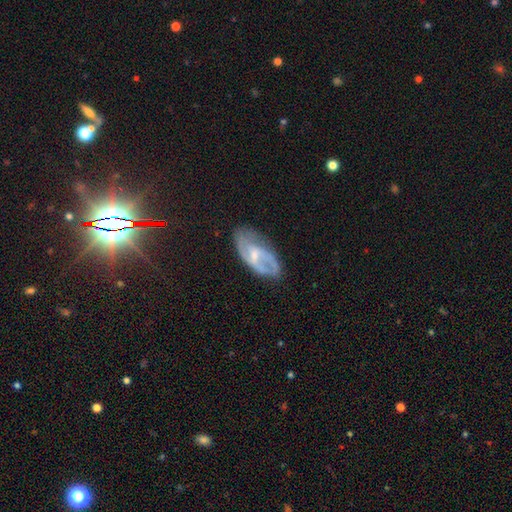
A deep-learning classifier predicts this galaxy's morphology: A featured or disk galaxy (66%) with a weak bar (46%), spiral arms (69%) and a small central bulge (59%).

Vote fractions:
- Smooth or featured? featured or disk: 66% / smooth: 26% / star or artifact: 8%
- Edge-on disk? no: 91% / yes: 9%
- Bar? weak: 46% / no: 38% / strong: 16%
- Spiral arms? yes: 69% / no: 31%
- Bulge size? small: 59% / moderate: 32% / none: 6% / large: 2% / dominant: 1%
- Merging? none: 58% / minor disturbance: 27% / major disturbance: 13% / merger: 2%